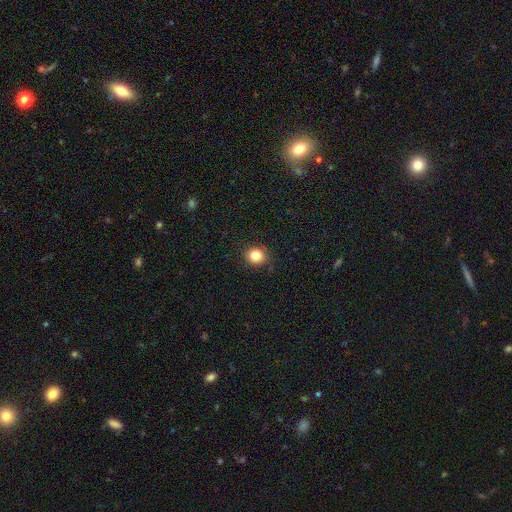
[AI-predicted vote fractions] Morphology: type=smooth (83%); roundness=round (81%); merging=none (89%).